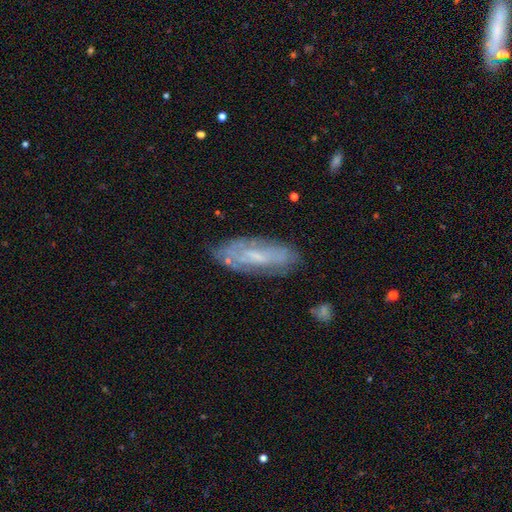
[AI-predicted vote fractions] Smooth or featured? featured or disk (55%)
Edge-on disk? no (78%)
Merging? none (72%)